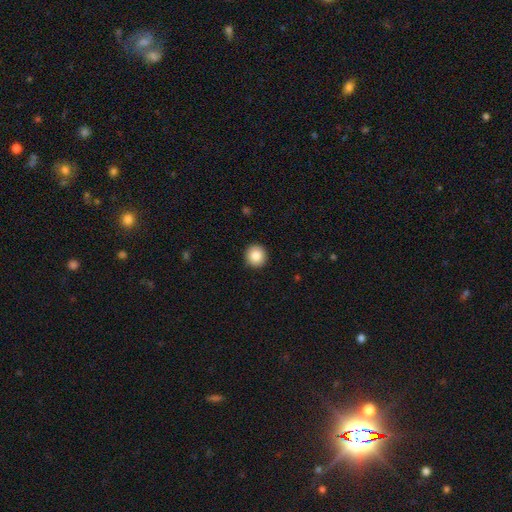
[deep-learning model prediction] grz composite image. It shows a smooth galaxy with no disk features (86%) that is round (94%). Merging: none (93%).